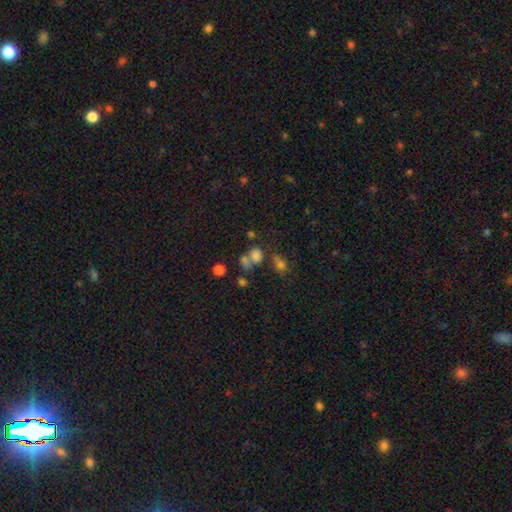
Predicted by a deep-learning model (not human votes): Morphology: type=smooth (70%); roundness=round (59%); merging=none (42%).